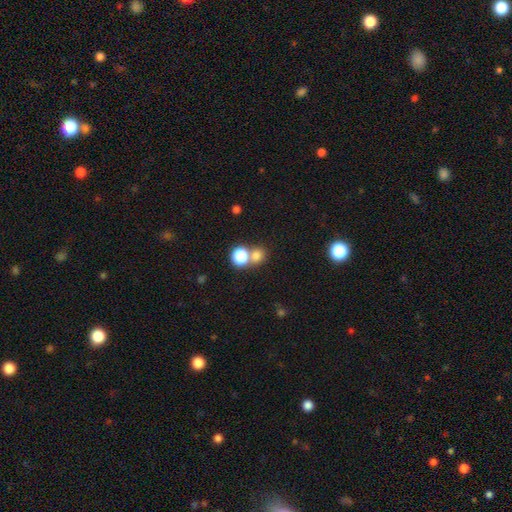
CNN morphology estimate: Overall: smooth (75%). How rounded: round (79%). Merging: none (52%; merger 37%).